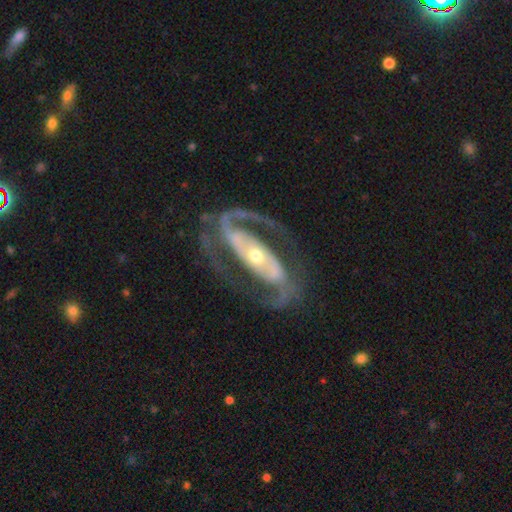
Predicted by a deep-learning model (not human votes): Smooth or featured: featured or disk — 92% (smooth — 4%)
Edge-on disk: no — 95% (yes — 5%)
Bar: strong — 54% (no — 24%)
Spiral arms: yes — 96% (no — 4%)
Spiral winding: medium — 56% (tight — 27%)
Spiral arm count: 2 — 92% (can't tell — 2%)
Bulge size: moderate — 51% (small — 41%)
Merging: none — 76% (minor disturbance — 12%)